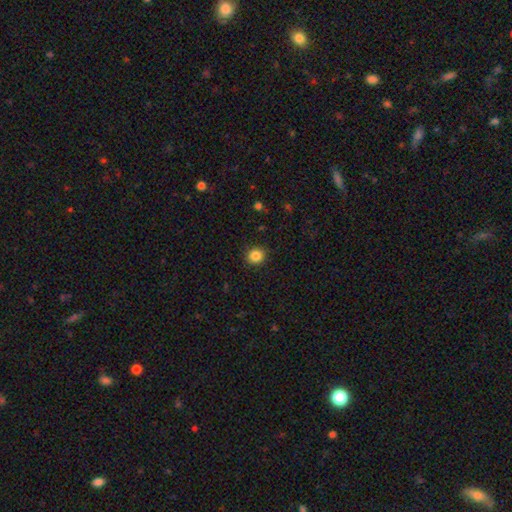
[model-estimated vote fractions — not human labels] smooth_or_featured: smooth (p=0.85) [alt: star or artifact p=0.10]
how_rounded: round (p=0.85) [alt: in between p=0.14]
merging: none (p=0.91) [alt: minor disturbance p=0.06]